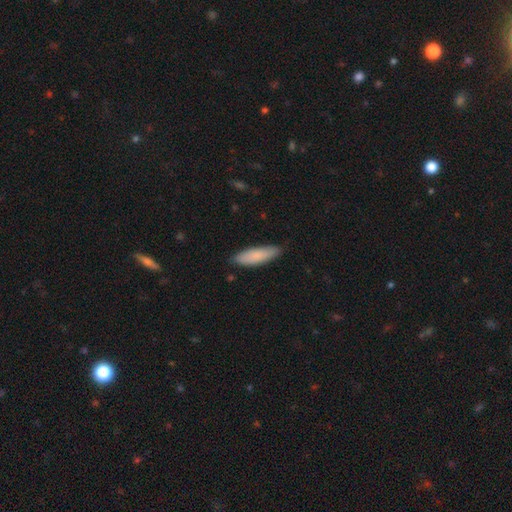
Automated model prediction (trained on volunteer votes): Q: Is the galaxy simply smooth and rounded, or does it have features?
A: smooth — 84%.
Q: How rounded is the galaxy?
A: cigar-shaped — 54%.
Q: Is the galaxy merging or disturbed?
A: none — 85%.